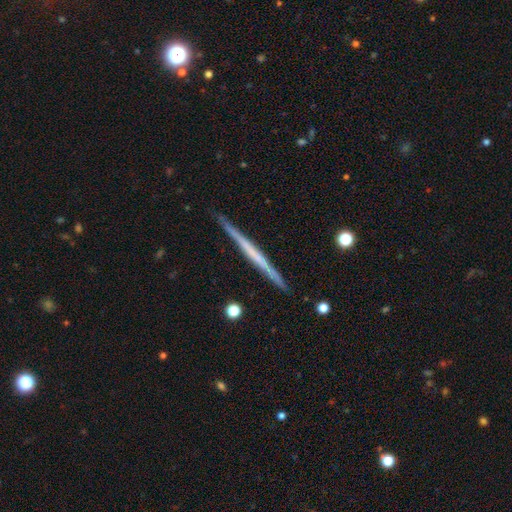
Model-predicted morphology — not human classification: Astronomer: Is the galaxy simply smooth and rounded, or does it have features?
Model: featured or disk — 61%.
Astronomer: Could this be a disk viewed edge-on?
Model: yes — 98%.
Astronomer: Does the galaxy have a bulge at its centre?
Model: none — 88%.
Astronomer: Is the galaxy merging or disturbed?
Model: none — 92%.